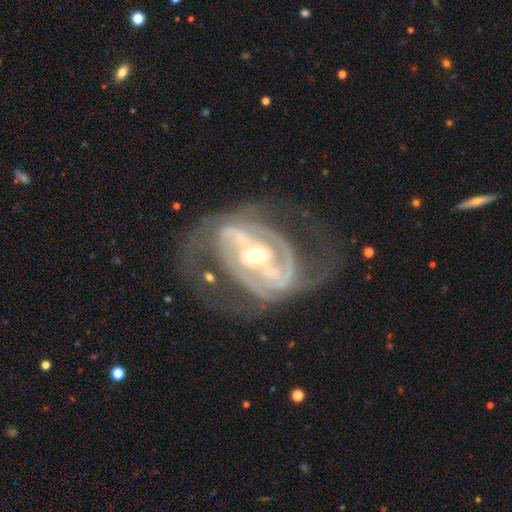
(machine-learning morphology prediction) A featured or disk galaxy (89%) with a strong bar (56%), 2 (59%) medium (43%) spiral arms (90%) and a moderate central bulge (48%).

Vote fractions:
- Smooth or featured? featured or disk: 89% / smooth: 5% / star or artifact: 5%
- Edge-on disk? no: 96% / yes: 4%
- Bar? strong: 56% / weak: 28% / no: 16%
- Spiral arms? yes: 90% / no: 10%
- Spiral winding? medium: 43% / tight: 42% / loose: 15%
- Spiral arm count? 2: 59% / can't tell: 17% / 3: 13% / 1: 4% / 4: 4% / more than 4: 3%
- Bulge size? moderate: 48% / small: 45% / large: 4% / none: 1% / dominant: 1%
- Merging? none: 55% / major disturbance: 25% / minor disturbance: 17% / merger: 2%